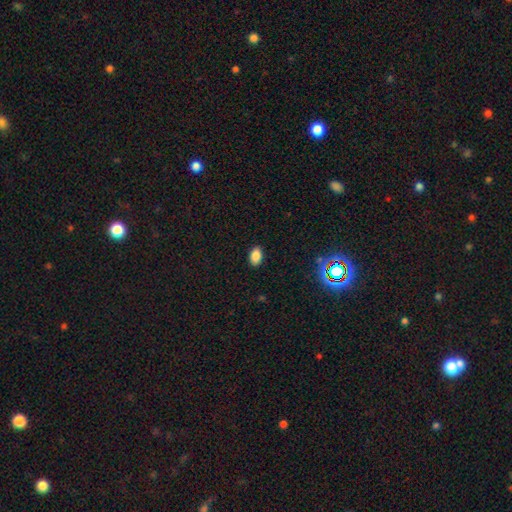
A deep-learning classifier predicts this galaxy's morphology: A smooth galaxy with no disk features (85%) that is in between round and cigar-shaped (90%). Merging: none (88%).